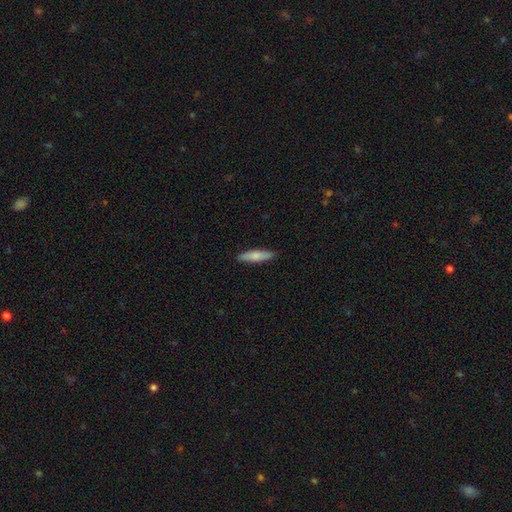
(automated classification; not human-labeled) smooth_or_featured: smooth (p=0.76) [alt: featured or disk p=0.18]
how_rounded: cigar-shaped (p=0.75) [alt: in between p=0.24]
merging: none (p=0.88) [alt: minor disturbance p=0.09]